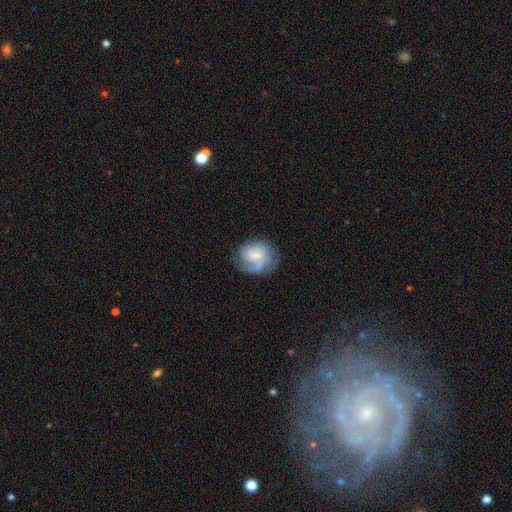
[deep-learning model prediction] Morphology: type=featured or disk (58%); edge-on=no (98%); bar=no (55%); spiral arms=yes (86%); bulge=small (53%); merging=none (65%).